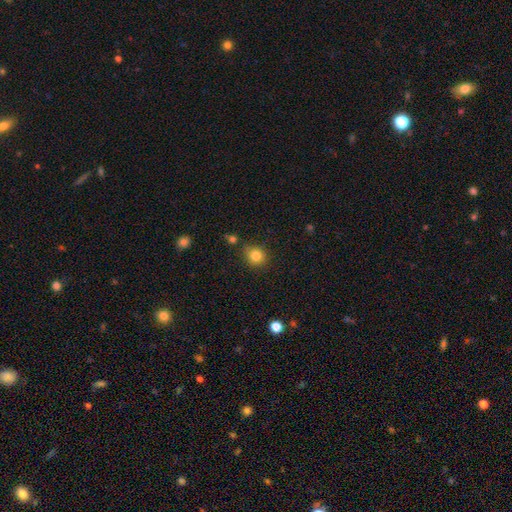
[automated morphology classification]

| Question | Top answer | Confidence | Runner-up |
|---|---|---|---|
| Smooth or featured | smooth | 83% | star or artifact (12%) |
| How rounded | round | 81% | in between (18%) |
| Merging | none | 81% | minor disturbance (12%) |